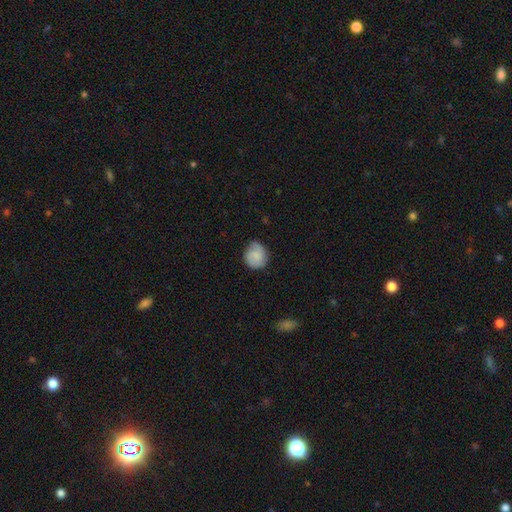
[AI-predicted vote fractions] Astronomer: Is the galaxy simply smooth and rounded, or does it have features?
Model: smooth — 64%.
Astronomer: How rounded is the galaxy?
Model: round — 81%.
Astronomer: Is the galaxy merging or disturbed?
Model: none — 66%.